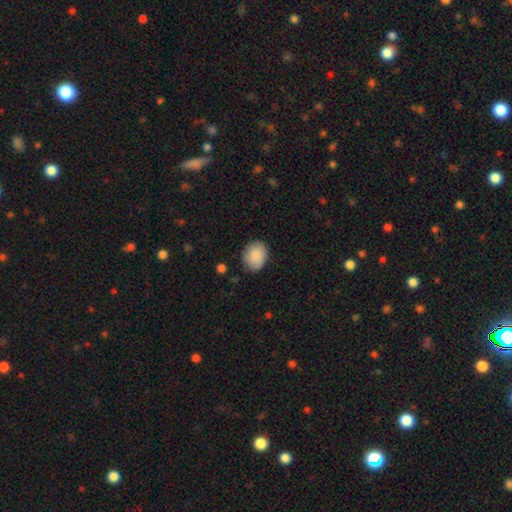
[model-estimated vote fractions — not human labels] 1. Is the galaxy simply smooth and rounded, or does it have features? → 88% smooth, 7% star or artifact, 5% featured or disk.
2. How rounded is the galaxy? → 53% in between, 46% round, 1% cigar-shaped.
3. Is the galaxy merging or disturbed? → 78% none, 17% minor disturbance, 4% major disturbance, 1% merger.